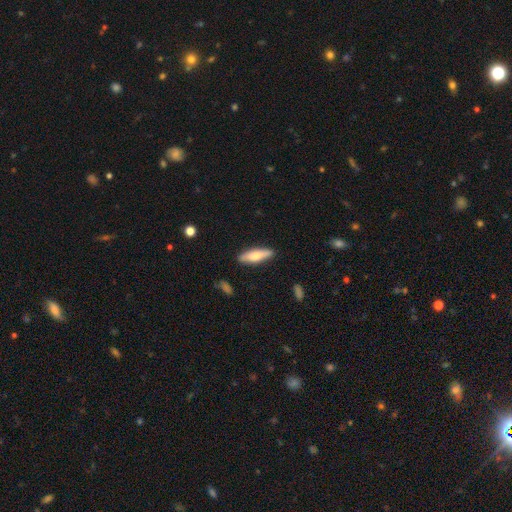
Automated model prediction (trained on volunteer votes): Smooth or featured: smooth — 66% (featured or disk — 28%)
How rounded: cigar-shaped — 64% (in between — 34%)
Merging: none — 86% (minor disturbance — 10%)